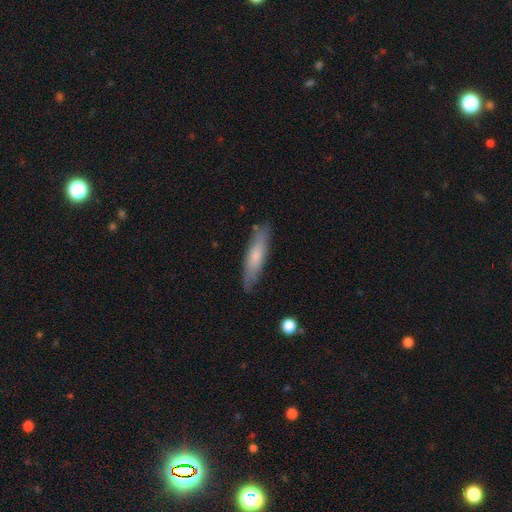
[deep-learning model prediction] The model was most divided on "smooth or featured": smooth: 63%, featured or disk: 31%, star or artifact: 6%. More confident: merging — none (81%); how rounded — cigar-shaped (77%).